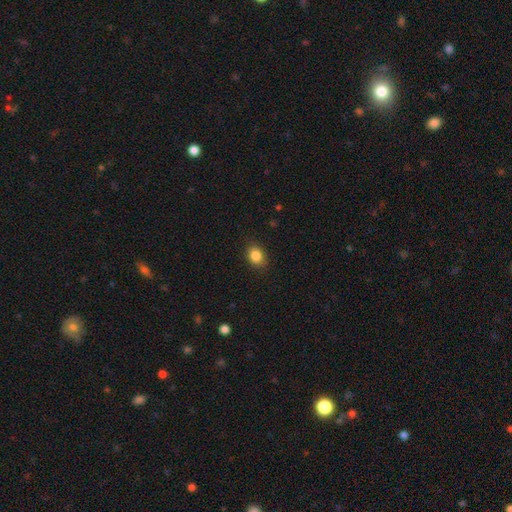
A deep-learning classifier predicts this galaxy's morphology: This is clearly a smooth galaxy (86%). How rounded: possibly in between (56%). Merging: clearly none (86%).